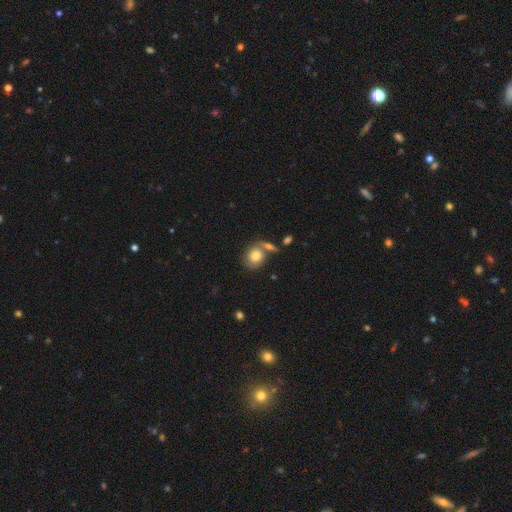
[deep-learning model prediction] A smooth galaxy with no disk features (69%) that is round (66%).

Vote fractions:
- Smooth or featured? smooth: 69% / featured or disk: 22% / star or artifact: 9%
- How rounded? round: 66% / in between: 32% / cigar-shaped: 1%
- Merging? none: 50% / merger: 28% / minor disturbance: 16% / major disturbance: 6%